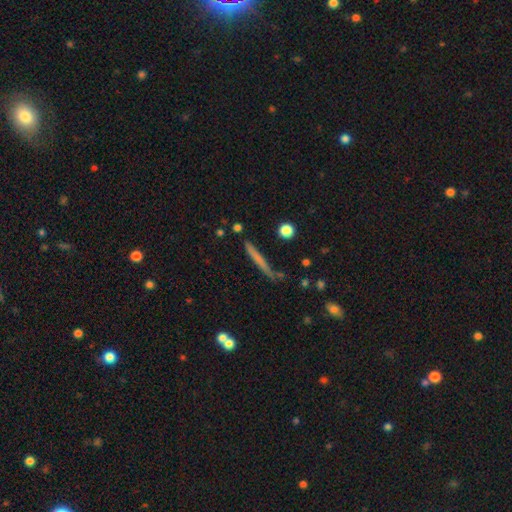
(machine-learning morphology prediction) Smooth or featured: smooth — 58% (featured or disk — 33%)
How rounded: cigar-shaped — 94% (in between — 3%)
Merging: none — 72% (minor disturbance — 19%)